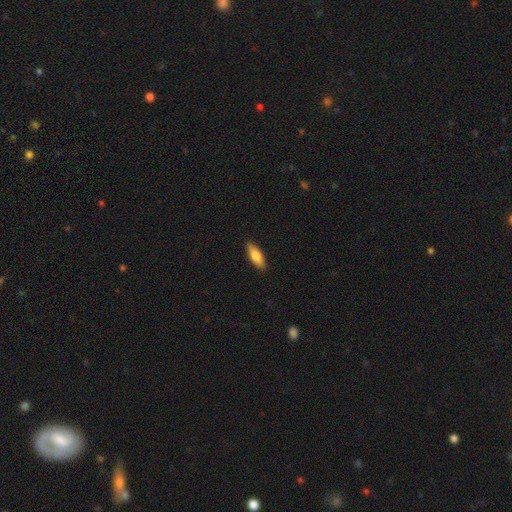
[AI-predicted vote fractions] smooth-or-featured: smooth: 76% | featured or disk: 19% | star or artifact: 6%
  how-rounded: in between: 59% | cigar-shaped: 39% | round: 2%
  merging: none: 89% | minor disturbance: 8% | major disturbance: 2% | merger: 1%